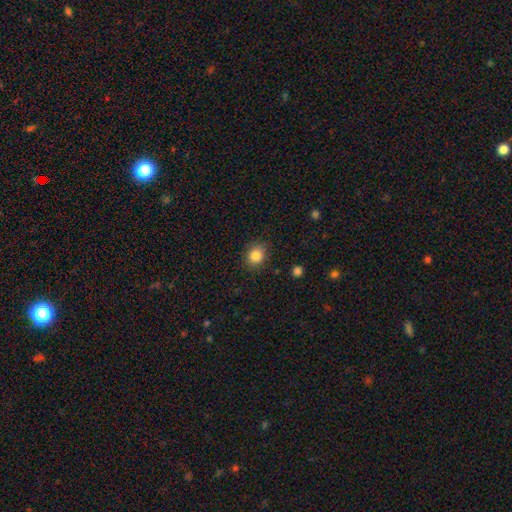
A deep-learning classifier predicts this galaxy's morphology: This appears to be a smooth galaxy with no disk features (85%) that is round (73%). Merging: none (87%).